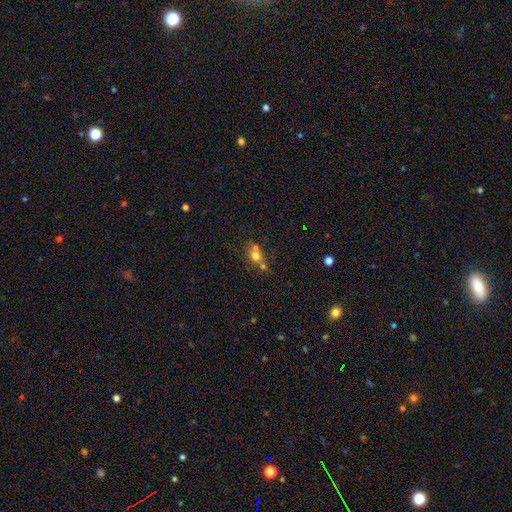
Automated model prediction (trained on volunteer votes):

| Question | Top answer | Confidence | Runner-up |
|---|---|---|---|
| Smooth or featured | smooth | 65% | featured or disk (18%) |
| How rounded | round | 61% | in between (37%) |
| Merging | merger | 42% | tied: none (42%) |